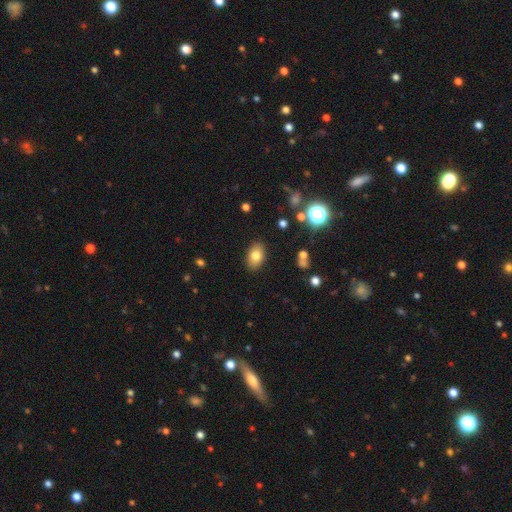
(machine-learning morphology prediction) type=smooth (78%); roundness=in between (88%); merging=none (87%).